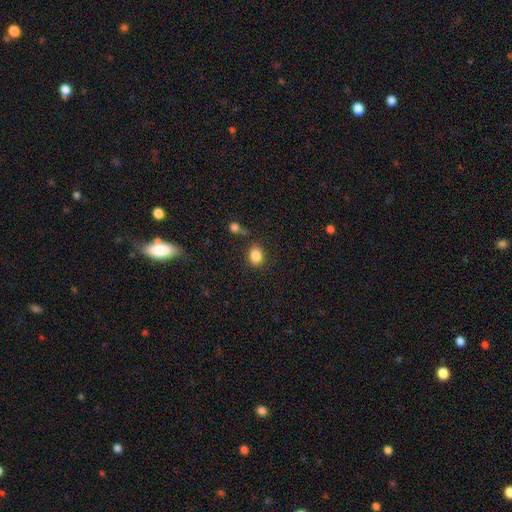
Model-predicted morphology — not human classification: The model was most divided on "how rounded": round: 53%, in between: 46%, cigar-shaped: 1%. More confident: smooth or featured — smooth (85%); merging — none (76%).